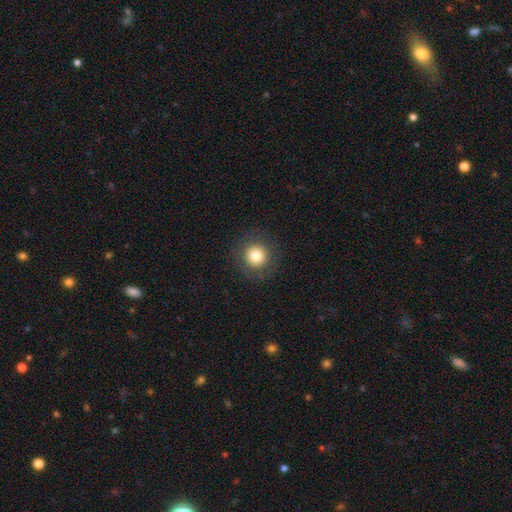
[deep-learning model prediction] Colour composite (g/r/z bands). It shows a smooth galaxy with no disk features (77%) that is round (95%). Merging: none (88%).